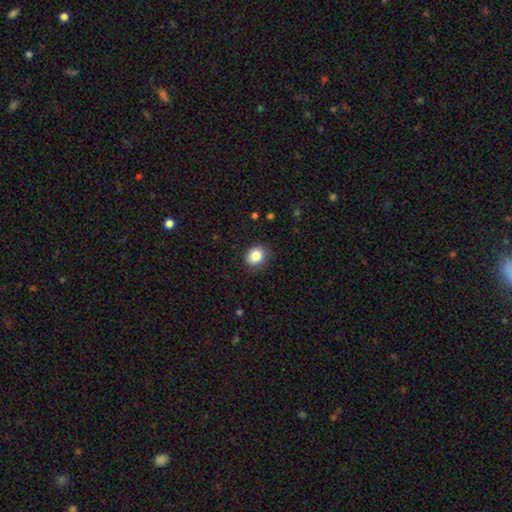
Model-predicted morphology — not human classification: Overall: smooth (86%). How rounded: round (59%; in between 40%). Merging: none (87%).